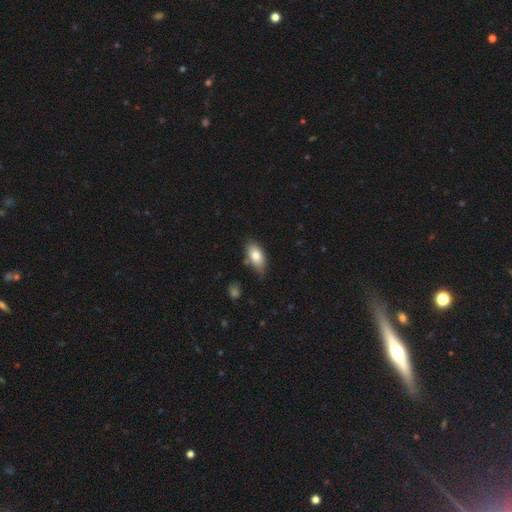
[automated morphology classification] type=smooth (78%); roundness=in between (91%); merging=none (71%).